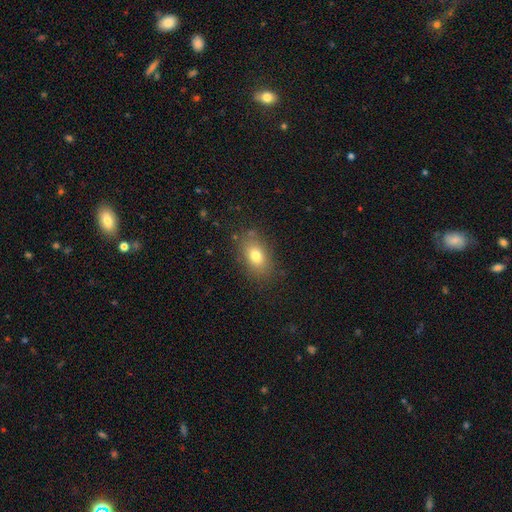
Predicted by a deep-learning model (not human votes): Smooth or featured?
  - smooth: 78% *
  - featured or disk: 12%
  - star or artifact: 10%
How rounded?
  - in between: 83% *
  - round: 15%
  - cigar-shaped: 3%
Merging?
  - none: 82% *
  - minor disturbance: 12%
  - major disturbance: 4%
  - merger: 2%